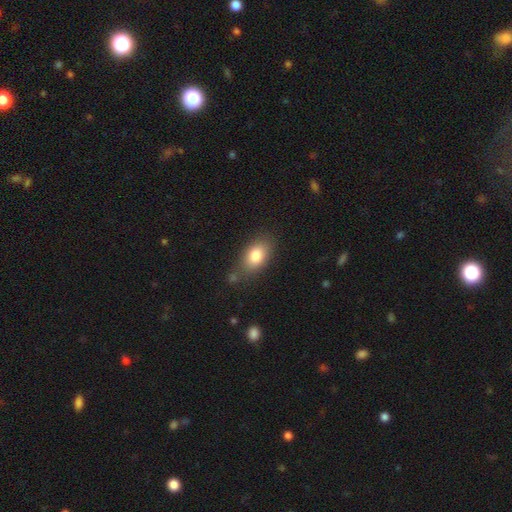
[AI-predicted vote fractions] Morphology: type=smooth (80%); roundness=in between (86%); merging=none (70%).